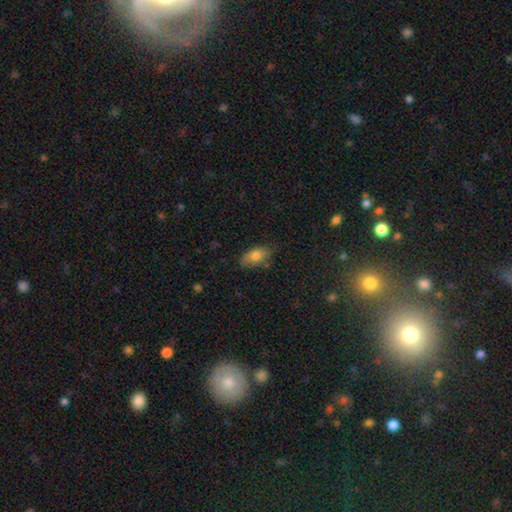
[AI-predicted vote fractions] smooth 76%, featured or disk 15%, star or artifact 8%. Down the decision tree: how rounded — in between (89%); merging — none (71%).